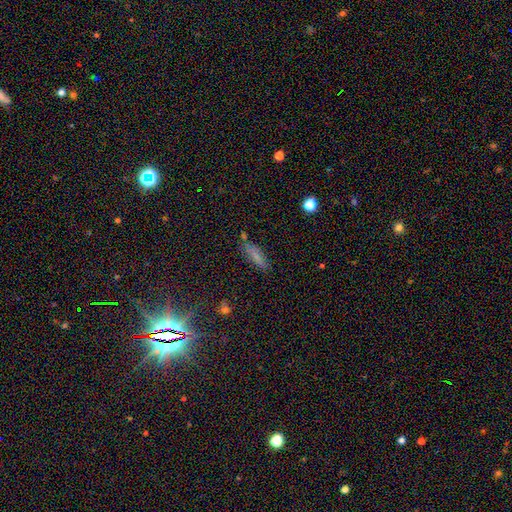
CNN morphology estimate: Smooth or featured?
  - smooth: 67% *
  - star or artifact: 17%
  - featured or disk: 16%
How rounded?
  - cigar-shaped: 61% *
  - in between: 36%
  - round: 3%
Merging?
  - none: 74% *
  - minor disturbance: 17%
  - merger: 4%
  - major disturbance: 4%